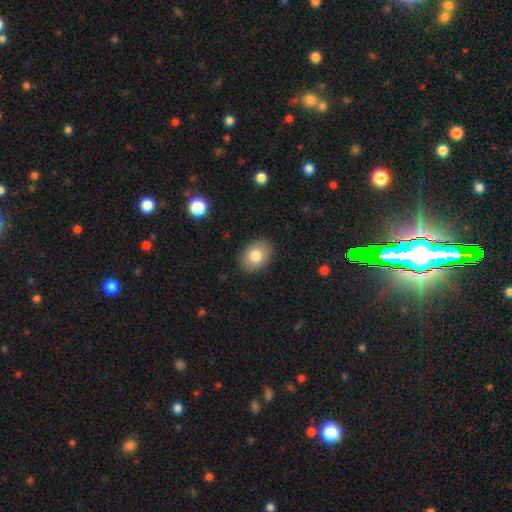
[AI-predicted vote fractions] Overall: smooth (81%). How rounded: in between (72%). Merging: none (87%).